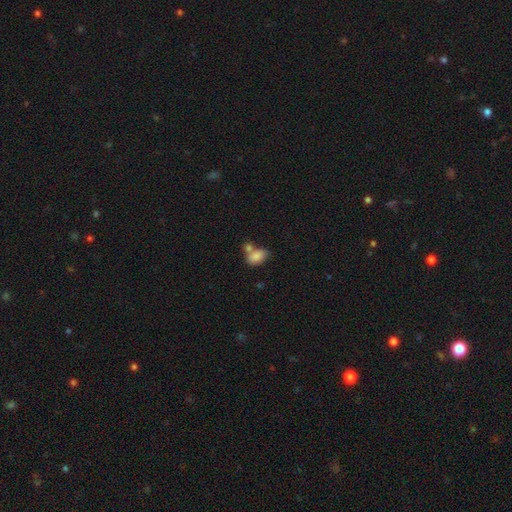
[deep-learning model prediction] Overall: smooth (83%). How rounded: in between (88%). Merging: merger (45%; none 36%).